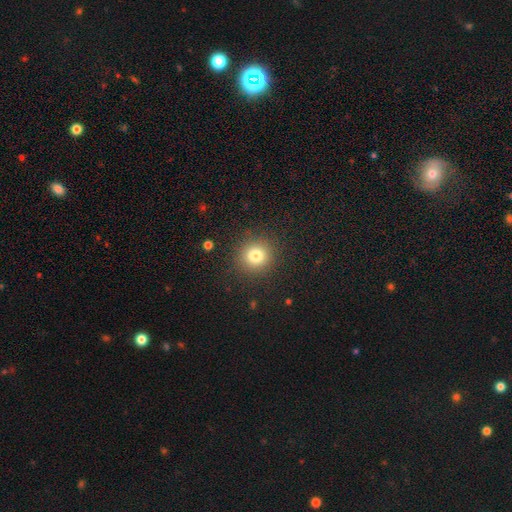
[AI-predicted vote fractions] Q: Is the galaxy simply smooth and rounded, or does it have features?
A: smooth — 80%.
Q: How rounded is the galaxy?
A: round — 92%.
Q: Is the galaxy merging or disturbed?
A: none — 90%.